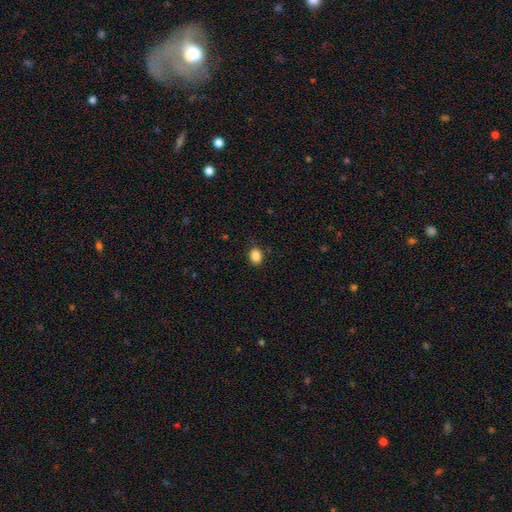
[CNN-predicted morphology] A smooth galaxy with no disk features (86%) that is in between round and cigar-shaped (56%). Merging: none (86%).